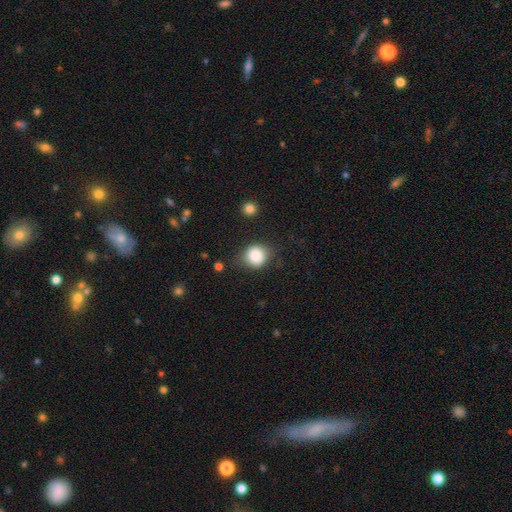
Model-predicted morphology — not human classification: A smooth galaxy with no disk features (86%) that is round (80%). Merging: none (73%).